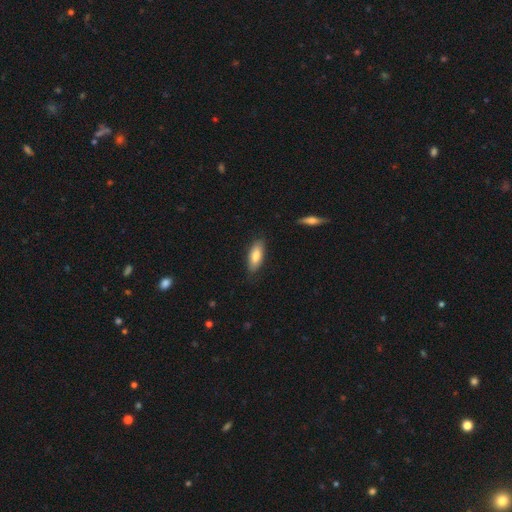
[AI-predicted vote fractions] This is clearly a smooth galaxy (81%). How rounded: likely in between (77%). Merging: clearly none (83%).